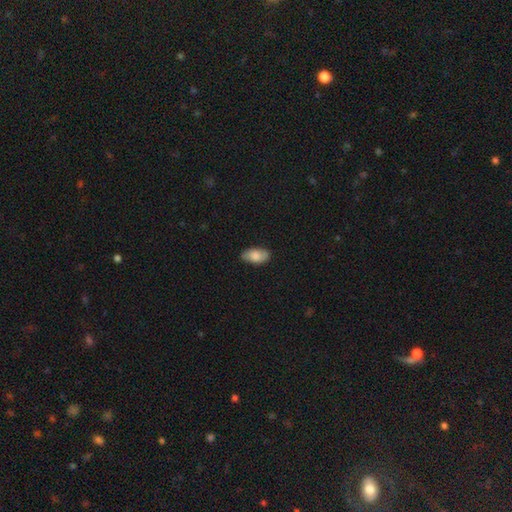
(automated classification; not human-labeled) A smooth galaxy with no disk features (76%) that is in between round and cigar-shaped (93%).

Vote fractions:
- Smooth or featured? smooth: 76% / featured or disk: 17% / star or artifact: 7%
- How rounded? in between: 93% / round: 4% / cigar-shaped: 3%
- Merging? none: 81% / minor disturbance: 15% / major disturbance: 3% / merger: 1%